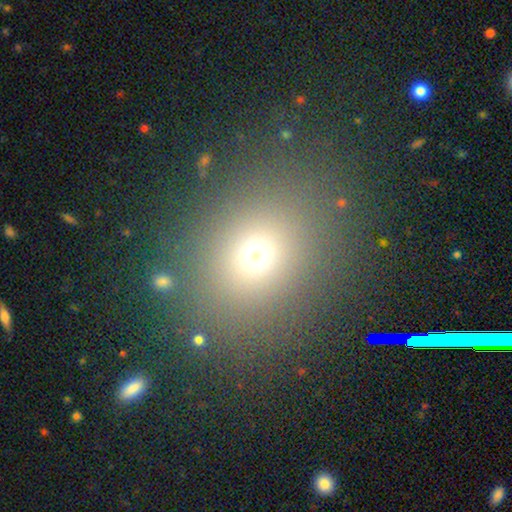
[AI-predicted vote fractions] The model was most divided on "how rounded": round: 62%, in between: 36%, cigar-shaped: 1%. More confident: merging — none (85%); smooth or featured — smooth (67%).